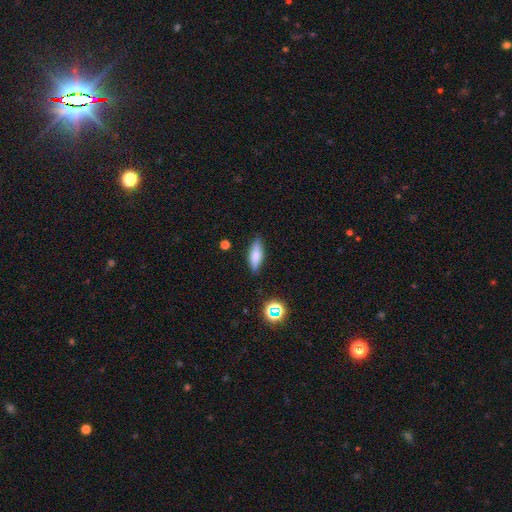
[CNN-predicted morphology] Q: Smooth or featured?
A: smooth (73%); runner-up: featured or disk (18%)
Q: How rounded?
A: in between (58%); runner-up: cigar-shaped (39%)
Q: Merging?
A: none (82%); runner-up: minor disturbance (13%)